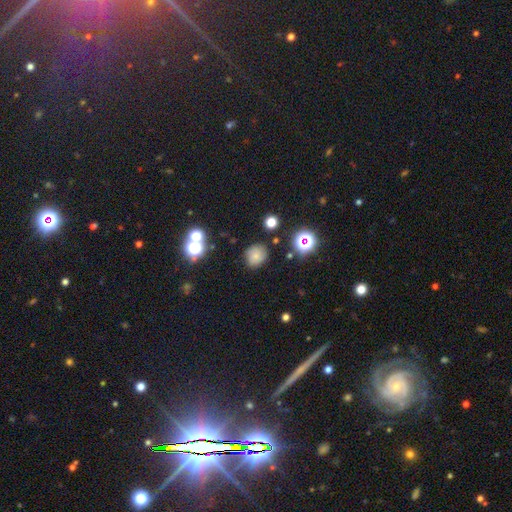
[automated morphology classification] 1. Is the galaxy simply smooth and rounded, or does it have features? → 69% smooth, 18% star or artifact, 13% featured or disk.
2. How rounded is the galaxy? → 74% round, 25% in between, 1% cigar-shaped.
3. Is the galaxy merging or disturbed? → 78% none, 16% minor disturbance, 4% major disturbance, 3% merger.